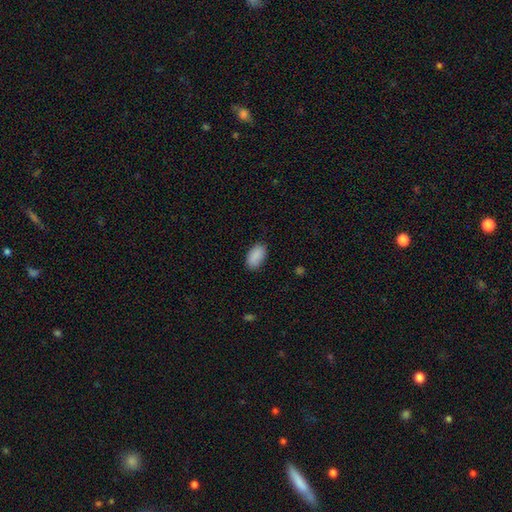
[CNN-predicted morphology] smooth-or-featured: smooth: 90% | star or artifact: 7% | featured or disk: 4%
  how-rounded: in between: 94% | round: 3% | cigar-shaped: 3%
  merging: none: 84% | minor disturbance: 12% | major disturbance: 3% | merger: 1%